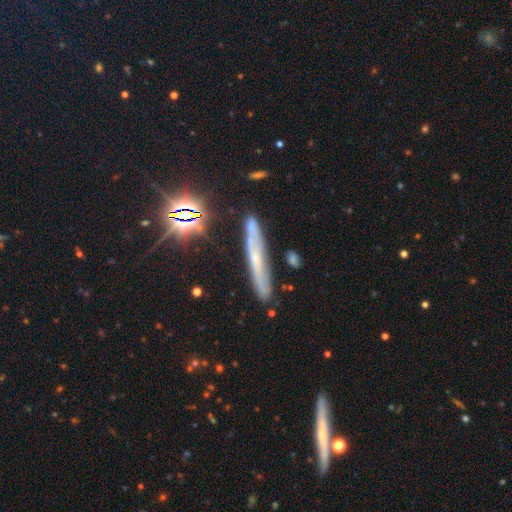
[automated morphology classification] featured or disk 49%, smooth 30%, star or artifact 20%. Down the decision tree: merging — none (79%).